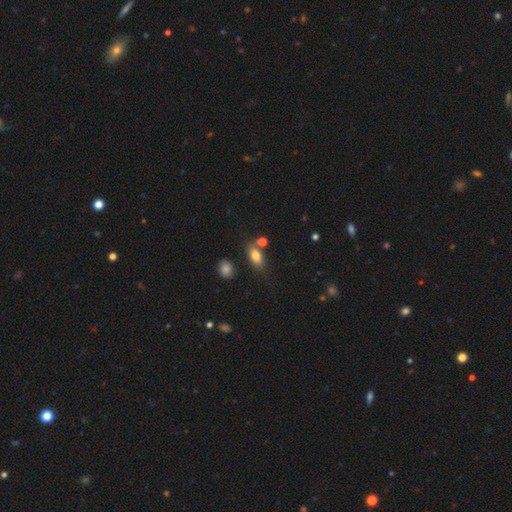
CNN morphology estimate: smooth 79%, featured or disk 11%, star or artifact 9%. Down the decision tree: how rounded — in between (84%); merging — none (68%).